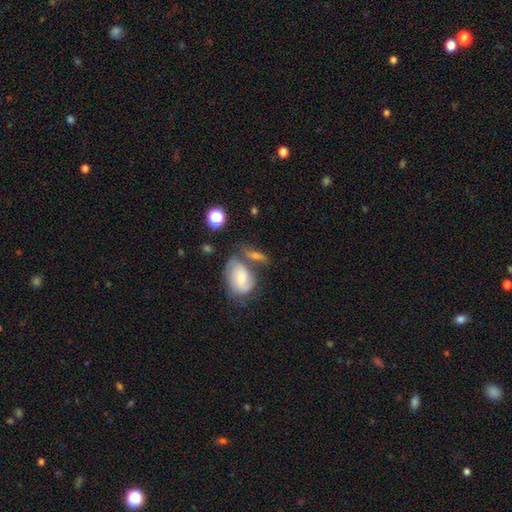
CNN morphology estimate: Smooth or featured?
  - smooth: 54% *
  - featured or disk: 35%
  - star or artifact: 11%
How rounded?
  - in between: 63% *
  - cigar-shaped: 23%
  - round: 14%
Merging?
  - none: 46% *
  - merger: 28%
  - minor disturbance: 16%
  - major disturbance: 9%